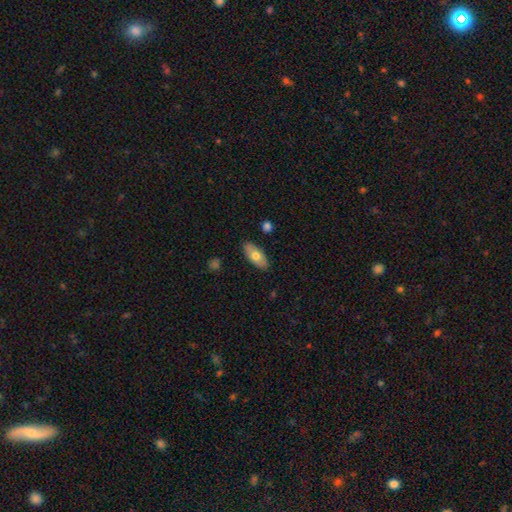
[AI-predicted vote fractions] Smooth or featured: smooth — 69% (featured or disk — 24%)
How rounded: in between — 88% (cigar-shaped — 9%)
Merging: none — 86% (minor disturbance — 10%)